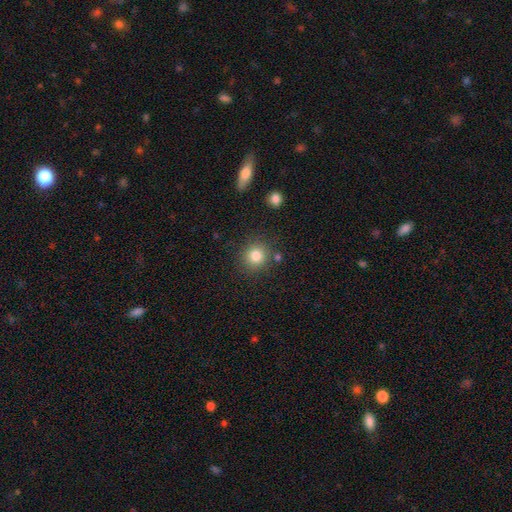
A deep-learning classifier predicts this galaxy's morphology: Q: Smooth or featured?
A: smooth (83%); runner-up: star or artifact (11%)
Q: How rounded?
A: round (89%); runner-up: in between (10%)
Q: Merging?
A: none (83%); runner-up: minor disturbance (9%)